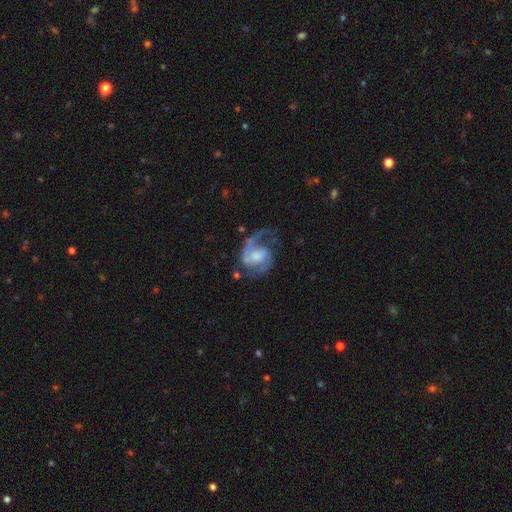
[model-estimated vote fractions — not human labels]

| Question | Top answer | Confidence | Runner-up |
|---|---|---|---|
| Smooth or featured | featured or disk | 85% | smooth (10%) |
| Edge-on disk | no | 98% | yes (2%) |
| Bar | no | 46% | weak (43%) |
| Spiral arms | yes | 95% | no (5%) |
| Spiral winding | medium | 52% | loose (30%) |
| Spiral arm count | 2 | 70% | 1 (22%) |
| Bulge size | moderate | 42% | small (24%) |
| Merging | none | 51% | major disturbance (25%) |